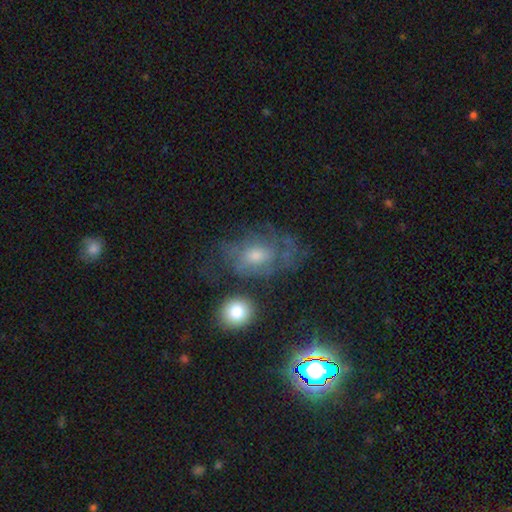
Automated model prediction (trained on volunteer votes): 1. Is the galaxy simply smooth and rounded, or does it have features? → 45% smooth, 44% featured or disk, 11% star or artifact.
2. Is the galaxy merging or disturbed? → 36% none, 34% major disturbance, 22% minor disturbance, 8% merger.